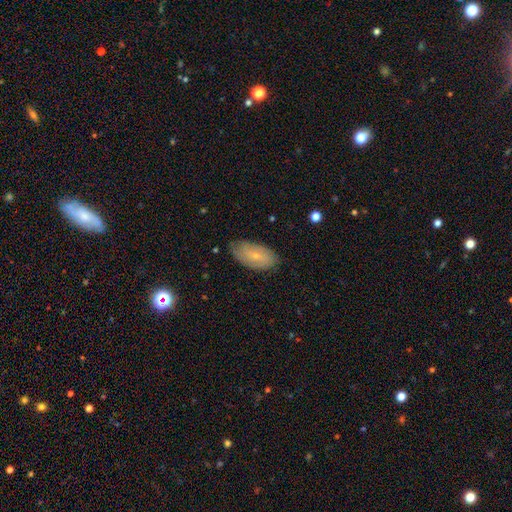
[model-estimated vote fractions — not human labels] Q: Smooth or featured?
A: smooth (55%); runner-up: featured or disk (38%)
Q: How rounded?
A: in between (92%); runner-up: round (4%)
Q: Merging?
A: none (74%); runner-up: minor disturbance (21%)